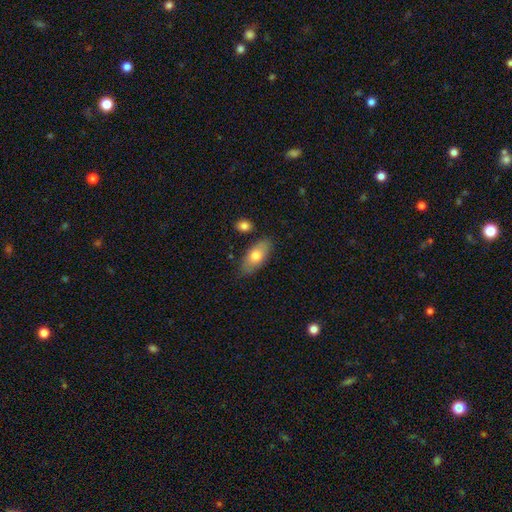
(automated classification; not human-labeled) Smooth or featured?
  - smooth: 73% *
  - featured or disk: 20%
  - star or artifact: 6%
How rounded?
  - in between: 89% *
  - cigar-shaped: 7%
  - round: 4%
Merging?
  - none: 78% *
  - minor disturbance: 15%
  - merger: 4%
  - major disturbance: 3%